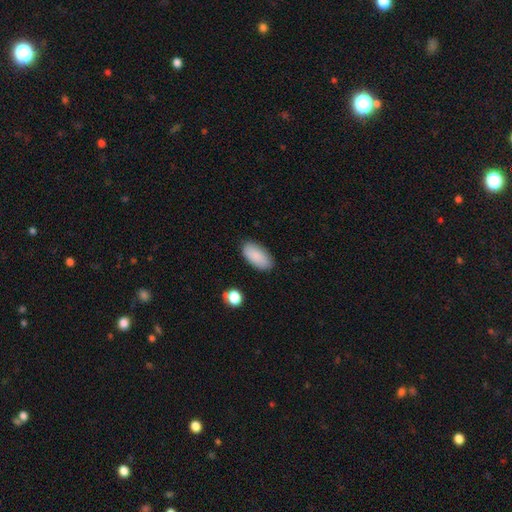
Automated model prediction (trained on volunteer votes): Smooth or featured? Predicted: smooth (p=0.88). How rounded? Predicted: in between (p=0.92). Merging? Predicted: none (p=0.85).